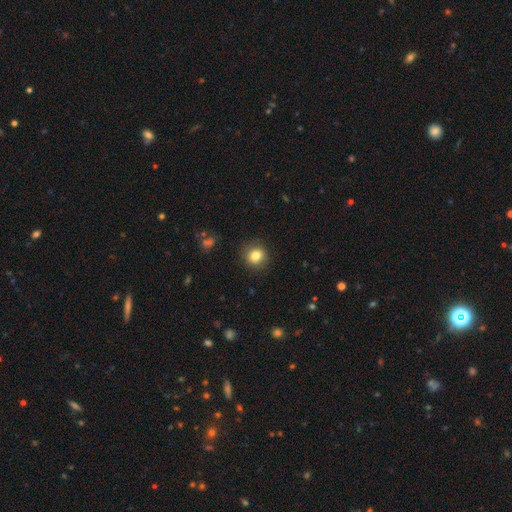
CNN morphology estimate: The model was most divided on "how rounded": round: 85%, in between: 14%, cigar-shaped: 1%. More confident: merging — none (87%); smooth or featured — smooth (82%).